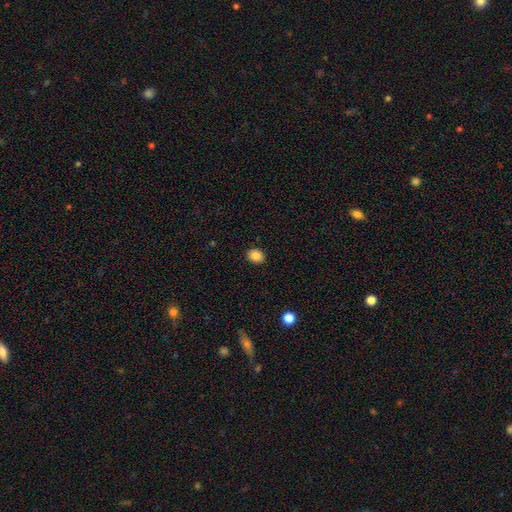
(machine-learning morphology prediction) Q: Smooth or featured?
A: smooth (85%); runner-up: star or artifact (9%)
Q: How rounded?
A: in between (55%); runner-up: round (44%)
Q: Merging?
A: none (90%); runner-up: minor disturbance (7%)